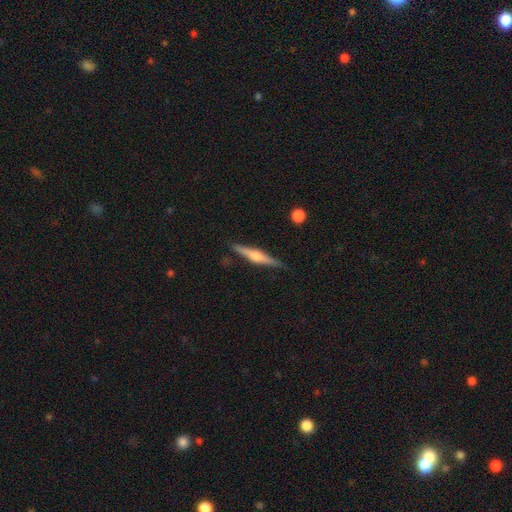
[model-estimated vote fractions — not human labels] Q: Smooth or featured?
A: featured or disk (73%); runner-up: smooth (22%)
Q: Edge-on disk?
A: yes (98%); runner-up: no (2%)
Q: Edge-on bulge?
A: rounded (89%); runner-up: boxy (7%)
Q: Merging?
A: none (88%); runner-up: minor disturbance (9%)